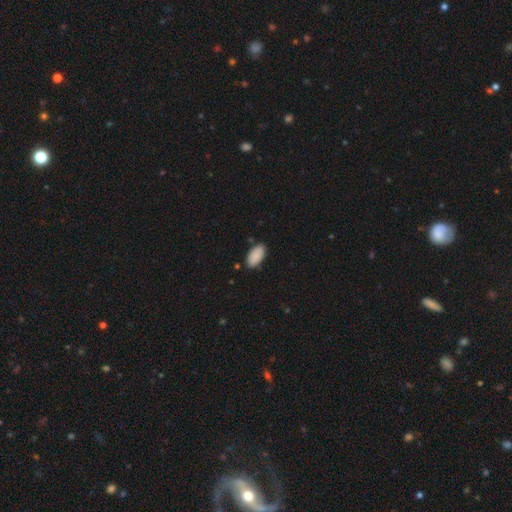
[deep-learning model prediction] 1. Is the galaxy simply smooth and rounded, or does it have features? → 90% smooth, 6% star or artifact, 4% featured or disk.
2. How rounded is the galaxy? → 95% in between, 3% cigar-shaped, 2% round.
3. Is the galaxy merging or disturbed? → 84% none, 12% minor disturbance, 2% major disturbance, 2% merger.